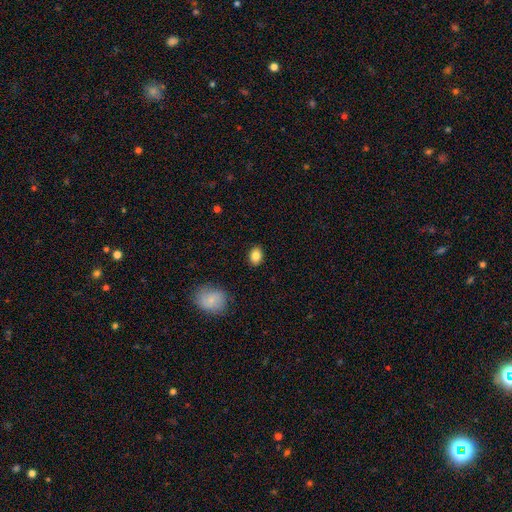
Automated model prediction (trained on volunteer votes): A smooth galaxy with no disk features (84%) that is in between round and cigar-shaped (66%).

Vote fractions:
- Smooth or featured? smooth: 84% / star or artifact: 9% / featured or disk: 7%
- How rounded? in between: 66% / round: 33% / cigar-shaped: 1%
- Merging? none: 88% / minor disturbance: 8% / major disturbance: 2% / merger: 1%